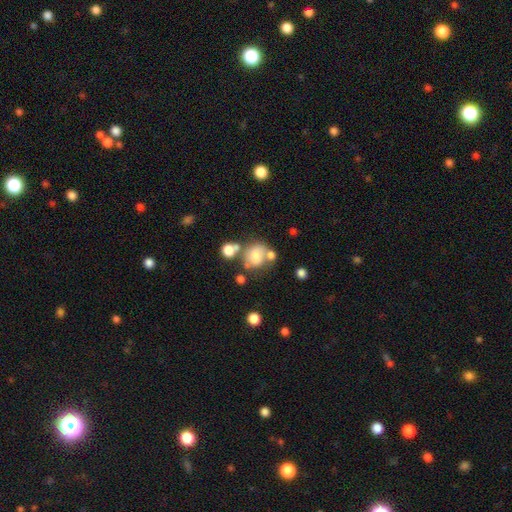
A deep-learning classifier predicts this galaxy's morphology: This appears to be a smooth galaxy with no disk features (64%) that is round (68%). Merging: none (44%).